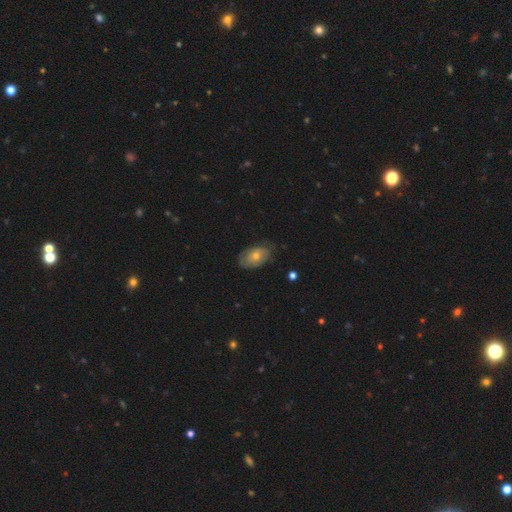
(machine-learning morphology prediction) This is possibly a smooth galaxy (46%). Merging: likely none (74%).